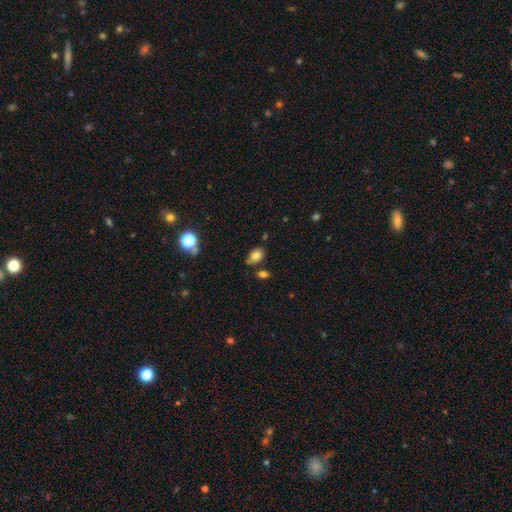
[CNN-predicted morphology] The model was most divided on "merging": none: 66%, minor disturbance: 20%, merger: 9%, major disturbance: 5%. More confident: how rounded — in between (81%); smooth or featured — smooth (79%).